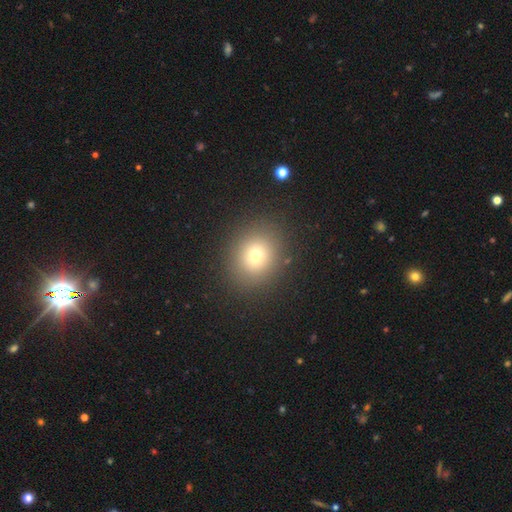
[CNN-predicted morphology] smooth-or-featured: smooth: 73% | star or artifact: 16% | featured or disk: 11%
  how-rounded: round: 74% | in between: 25% | cigar-shaped: 1%
  merging: none: 87% | minor disturbance: 7% | major disturbance: 4% | merger: 2%